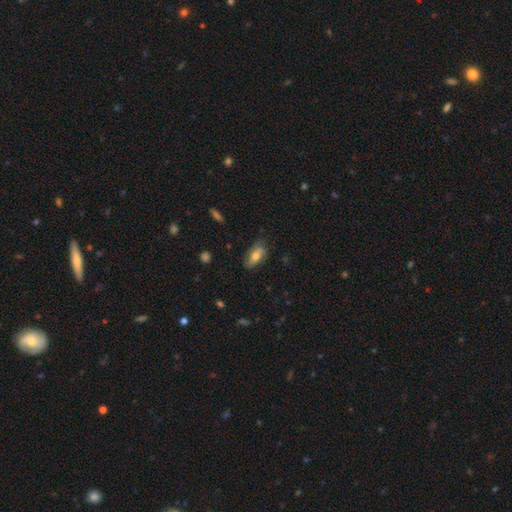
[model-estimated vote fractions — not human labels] A smooth galaxy with no disk features (60%) that is in between round and cigar-shaped (84%).

Vote fractions:
- Smooth or featured? smooth: 60% / featured or disk: 32% / star or artifact: 8%
- How rounded? in between: 84% / cigar-shaped: 12% / round: 4%
- Merging? none: 70% / minor disturbance: 23% / major disturbance: 5% / merger: 1%